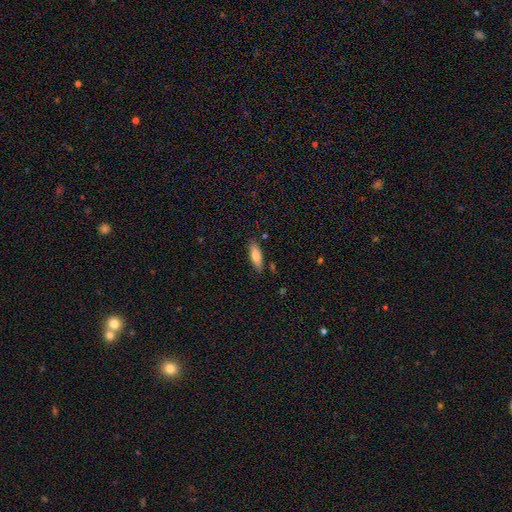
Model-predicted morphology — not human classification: Overall: smooth (74%). How rounded: in between (63%; cigar-shaped 34%). Merging: none (83%).